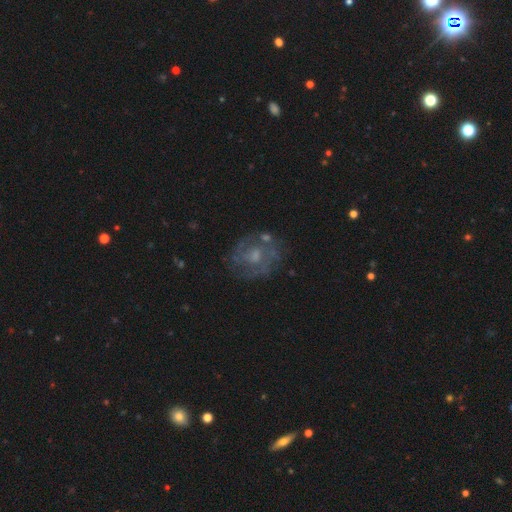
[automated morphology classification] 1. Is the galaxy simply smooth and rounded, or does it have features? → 73% featured or disk, 18% smooth, 10% star or artifact.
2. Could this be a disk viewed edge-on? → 97% no, 3% yes.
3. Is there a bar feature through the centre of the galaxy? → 64% no, 31% weak, 5% strong.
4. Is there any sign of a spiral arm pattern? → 73% yes, 27% no.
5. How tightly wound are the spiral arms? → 46% tight, 39% medium, 15% loose.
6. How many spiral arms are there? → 39% can't tell, 36% 2, 13% 3, 5% 1, 4% 4, 3% more than 4.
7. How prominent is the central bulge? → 47% moderate, 37% small, 10% none, 4% large, 1% dominant.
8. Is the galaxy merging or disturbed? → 71% none, 17% minor disturbance, 9% major disturbance, 4% merger.